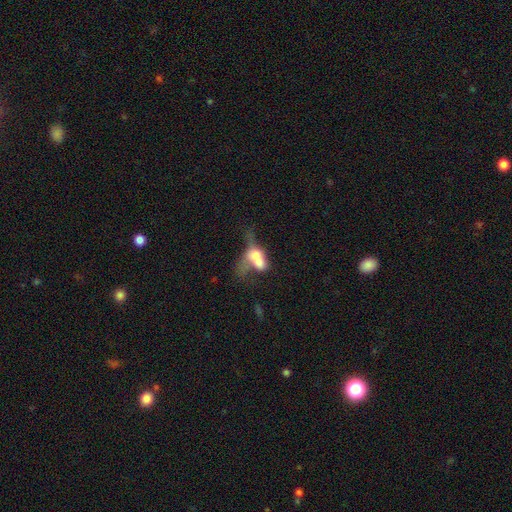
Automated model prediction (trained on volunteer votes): A smooth galaxy with no disk features (53%) that is in between round and cigar-shaped (71%). Merging: merger (60%).